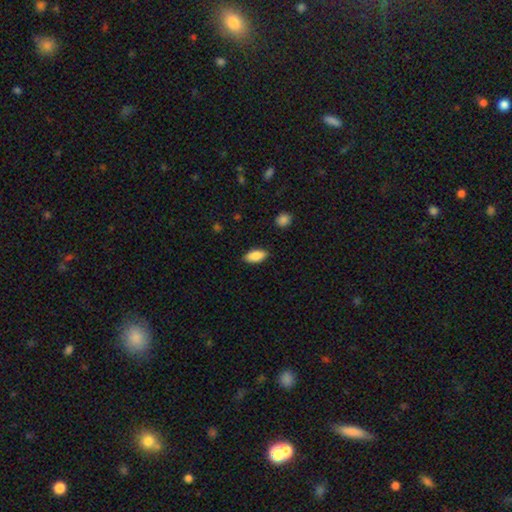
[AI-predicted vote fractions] smooth 86%, featured or disk 7%, star or artifact 7%. Down the decision tree: how rounded — in between (87%); merging — none (86%).